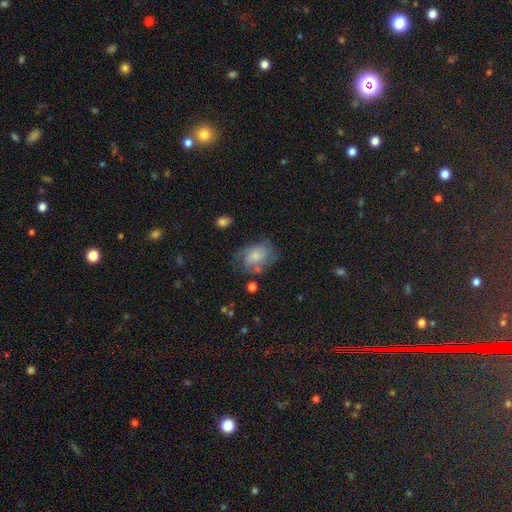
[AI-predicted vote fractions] smooth_or_featured: smooth (p=0.59) [alt: featured or disk p=0.33]
how_rounded: in between (p=0.72) [alt: round p=0.27]
merging: none (p=0.50) [alt: minor disturbance p=0.28]